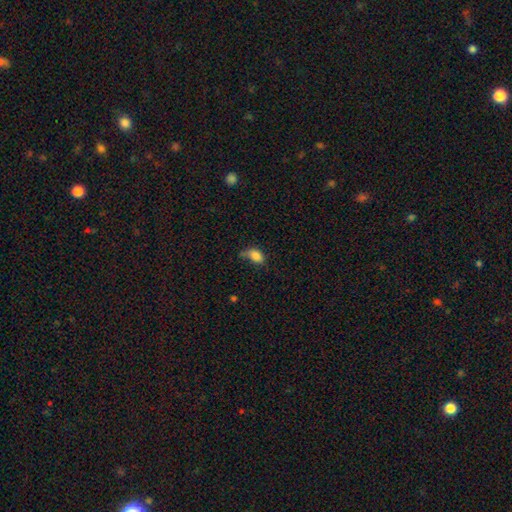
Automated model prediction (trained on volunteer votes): smooth_or_featured: smooth (p=0.83) [alt: star or artifact p=0.09]
how_rounded: in between (p=0.83) [alt: round p=0.14]
merging: none (p=0.42) [alt: minor disturbance p=0.36]